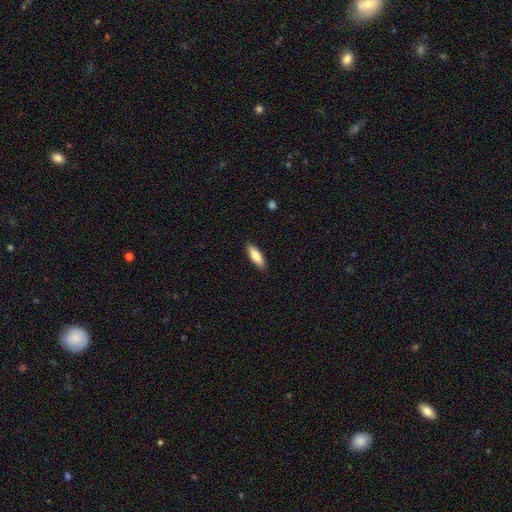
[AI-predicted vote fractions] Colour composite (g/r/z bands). It shows a smooth galaxy with no disk features (77%) that is in between round and cigar-shaped (52%). Merging: none (88%).